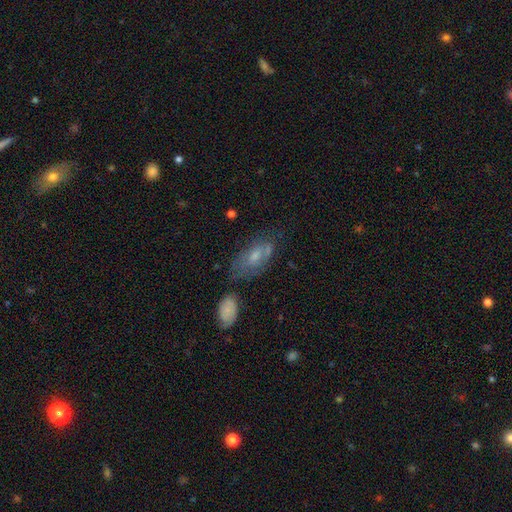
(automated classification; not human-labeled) This appears to be a featured or disk galaxy (45%, tied with smooth). Merging: none (46%).